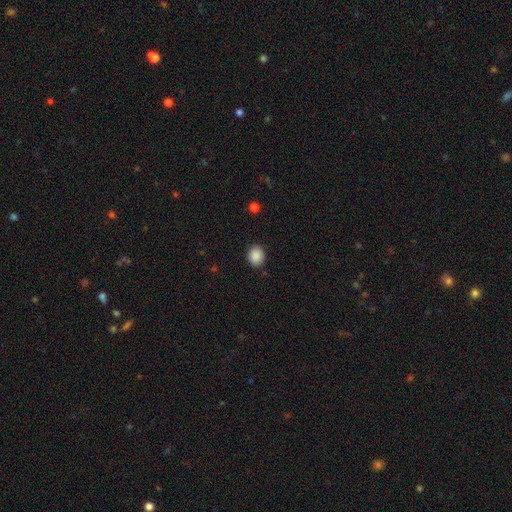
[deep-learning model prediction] Smooth or featured? Predicted: smooth (p=0.89). How rounded? Predicted: round (p=0.67). Merging? Predicted: none (p=0.88).